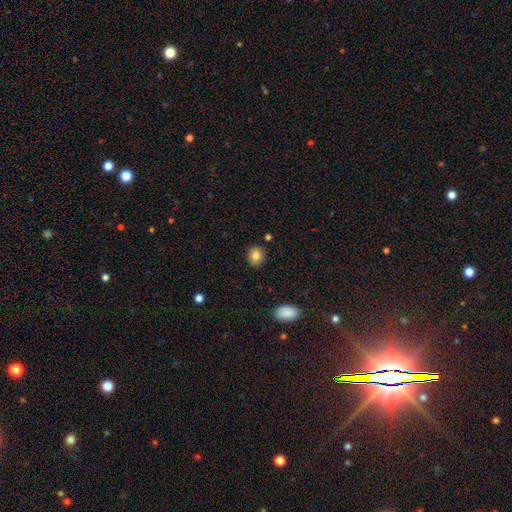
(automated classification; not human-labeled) smooth_or_featured: smooth (p=0.82) [alt: star or artifact p=0.09]
how_rounded: round (p=0.73) [alt: in between p=0.26]
merging: none (p=0.88) [alt: minor disturbance p=0.08]